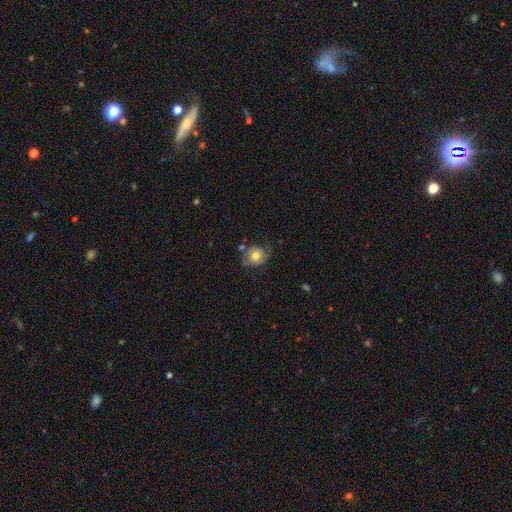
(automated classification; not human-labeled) The model was most divided on "smooth or featured": smooth: 58%, featured or disk: 34%, star or artifact: 9%. More confident: how rounded — round (68%); merging — none (56%).